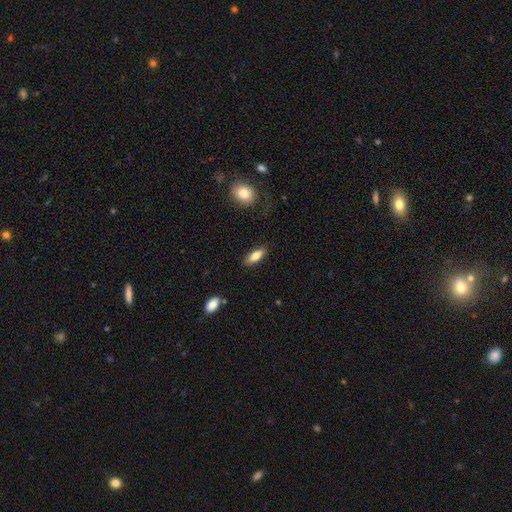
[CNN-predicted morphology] Smooth or featured: smooth — 76% (featured or disk — 17%)
How rounded: in between — 68% (cigar-shaped — 30%)
Merging: none — 86% (minor disturbance — 10%)